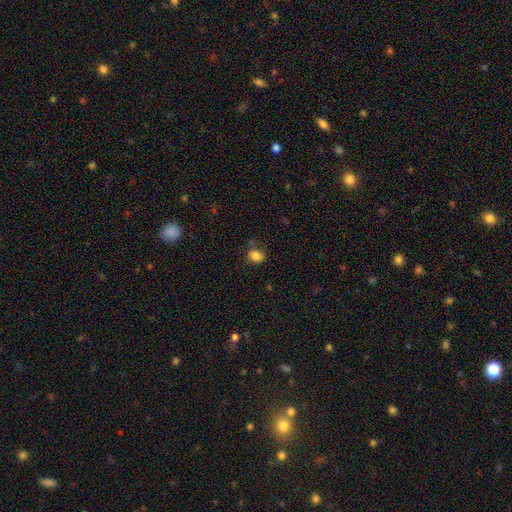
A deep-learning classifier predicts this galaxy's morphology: smooth_or_featured: smooth (p=0.83) [alt: star or artifact p=0.11]
how_rounded: round (p=0.55) [alt: in between p=0.44]
merging: none (p=0.67) [alt: minor disturbance p=0.20]